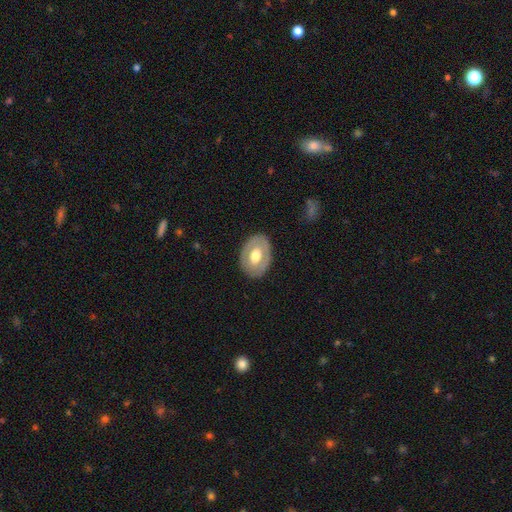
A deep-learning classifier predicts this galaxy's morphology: Overall: featured or disk (48%; smooth 47%). Merging: none (84%).